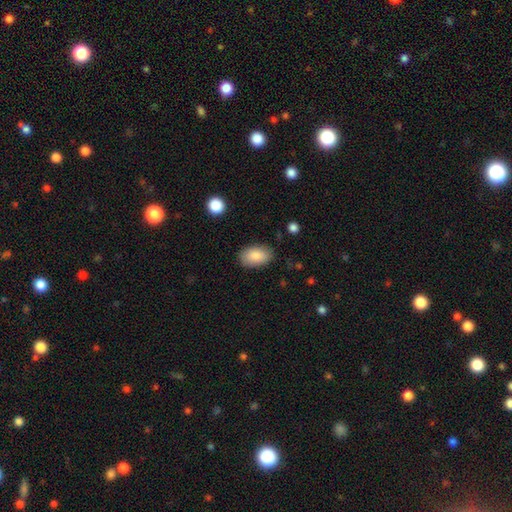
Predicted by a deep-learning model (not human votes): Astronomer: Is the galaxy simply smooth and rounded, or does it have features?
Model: smooth — 86%.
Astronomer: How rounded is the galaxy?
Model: in between — 92%.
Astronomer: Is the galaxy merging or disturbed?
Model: none — 83%.